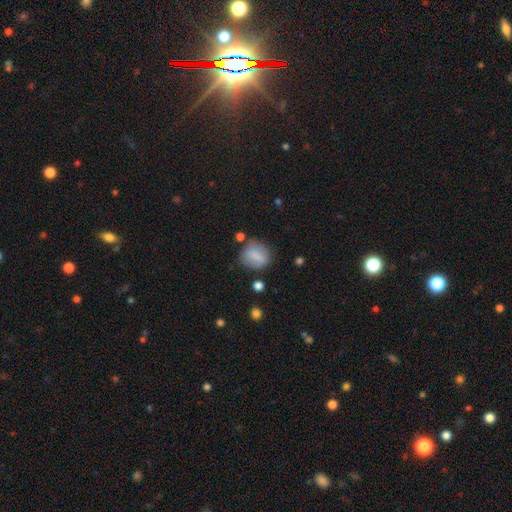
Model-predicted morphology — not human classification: A smooth galaxy with no disk features (75%) that is round (59%).

Vote fractions:
- Smooth or featured? smooth: 75% / featured or disk: 16% / star or artifact: 9%
- How rounded? round: 59% / in between: 39% / cigar-shaped: 2%
- Merging? none: 68% / minor disturbance: 19% / major disturbance: 7% / merger: 6%